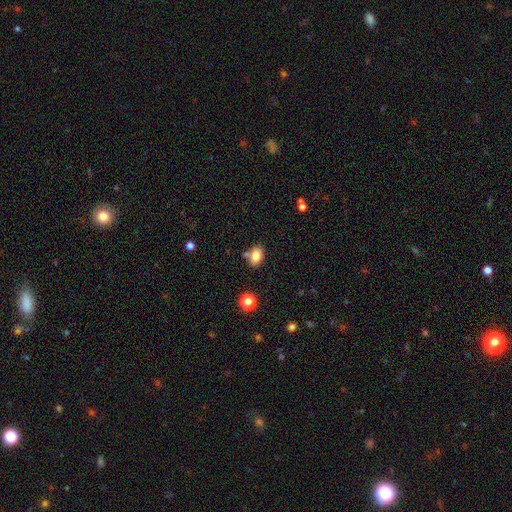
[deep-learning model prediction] smooth 83%, star or artifact 9%, featured or disk 7%. Down the decision tree: how rounded — in between (81%); merging — none (71%).